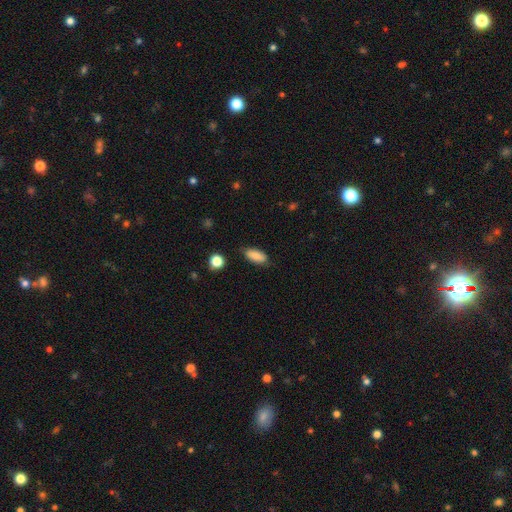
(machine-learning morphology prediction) smooth 85%, star or artifact 7%, featured or disk 7%. Down the decision tree: how rounded — in between (85%); merging — none (81%).